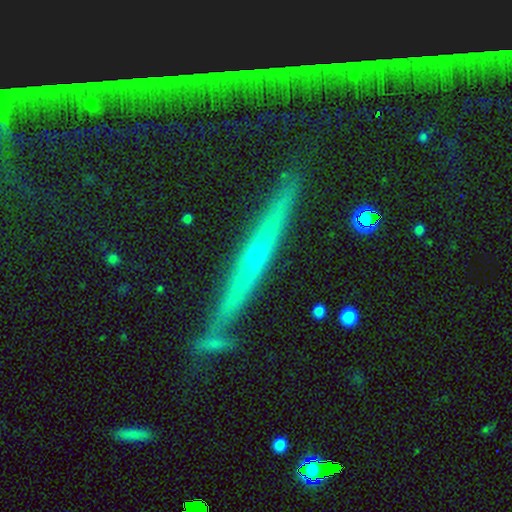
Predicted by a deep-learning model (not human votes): Q: Smooth or featured?
A: featured or disk (65%); runner-up: smooth (18%)
Q: Edge-on disk?
A: yes (92%); runner-up: no (8%)
Q: Edge-on bulge?
A: rounded (52%); runner-up: none (42%)
Q: Merging?
A: none (80%); runner-up: minor disturbance (13%)